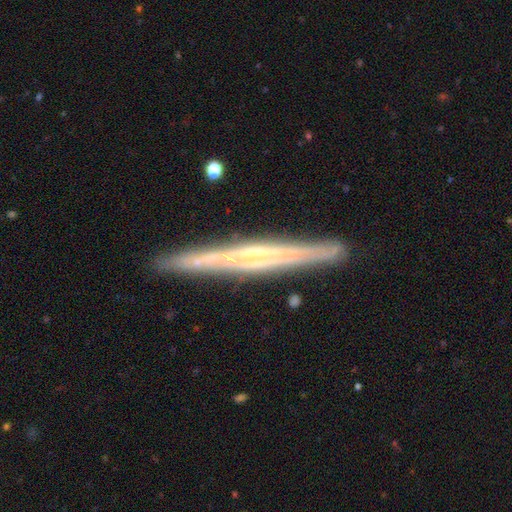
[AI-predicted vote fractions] Q: Smooth or featured?
A: featured or disk (77%); runner-up: smooth (17%)
Q: Edge-on disk?
A: yes (96%); runner-up: no (4%)
Q: Edge-on bulge?
A: none (54%); runner-up: rounded (30%)
Q: Merging?
A: none (89%); runner-up: minor disturbance (8%)